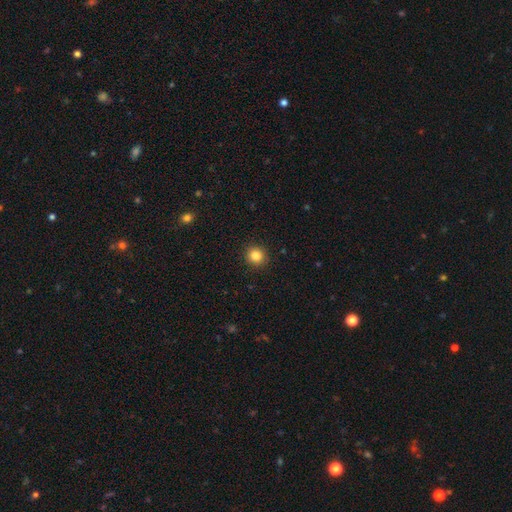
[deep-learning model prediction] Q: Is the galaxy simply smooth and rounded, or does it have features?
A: smooth — 84%.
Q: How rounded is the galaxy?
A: round — 92%.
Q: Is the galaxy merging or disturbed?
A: none — 92%.